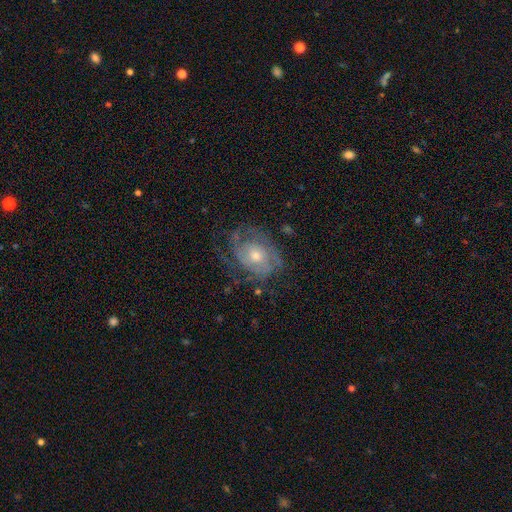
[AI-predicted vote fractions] Smooth or featured? featured or disk (78%)
Edge-on disk? no (97%)
Bar? no (77%)
Spiral arms? yes (85%)
Spiral winding? tight (58%)
Spiral arm count? can't tell (41%)
Bulge size? moderate (60%)
Merging? none (61%)